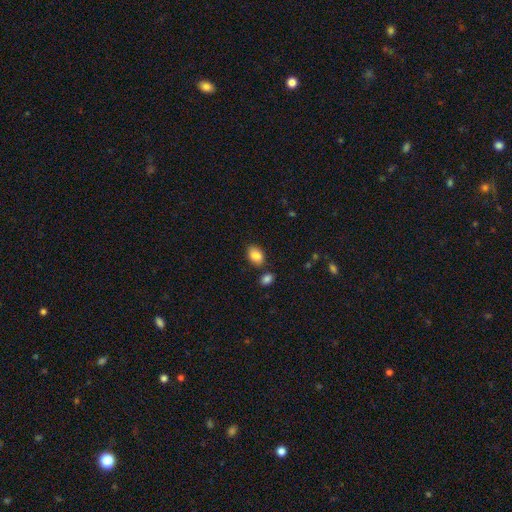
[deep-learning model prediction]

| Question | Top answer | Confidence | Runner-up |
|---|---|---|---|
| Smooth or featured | smooth | 87% | star or artifact (8%) |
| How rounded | in between | 81% | round (18%) |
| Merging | none | 72% | minor disturbance (15%) |